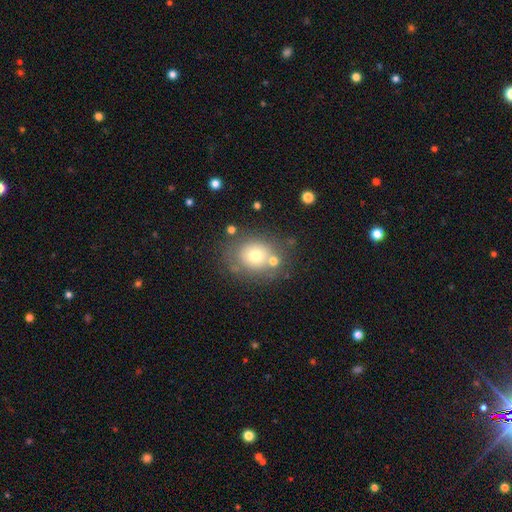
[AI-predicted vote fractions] Smooth or featured: smooth — 67% (featured or disk — 20%)
How rounded: round — 68% (in between — 31%)
Merging: none — 67% (minor disturbance — 15%)